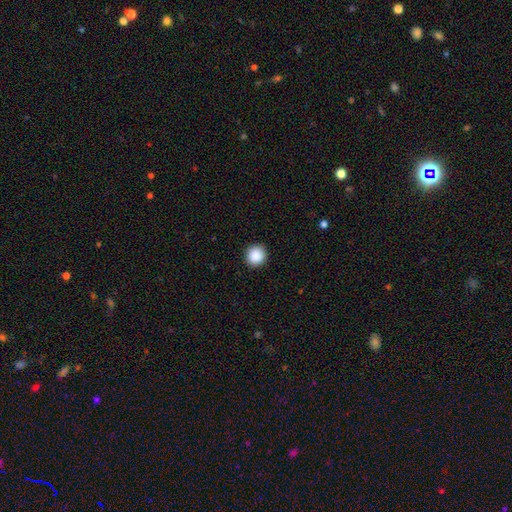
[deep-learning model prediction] A smooth galaxy with no disk features (89%) that is round (92%). Merging: none (92%).